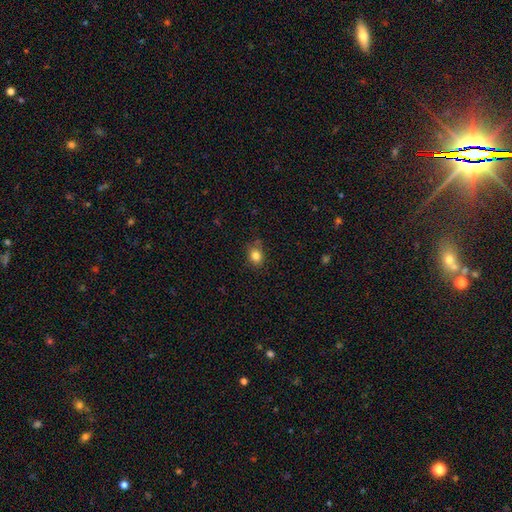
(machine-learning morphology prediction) A smooth galaxy with no disk features (83%) that is round (61%).

Vote fractions:
- Smooth or featured? smooth: 83% / star or artifact: 11% / featured or disk: 6%
- How rounded? round: 61% / in between: 38% / cigar-shaped: 1%
- Merging? none: 78% / minor disturbance: 15% / merger: 4% / major disturbance: 3%